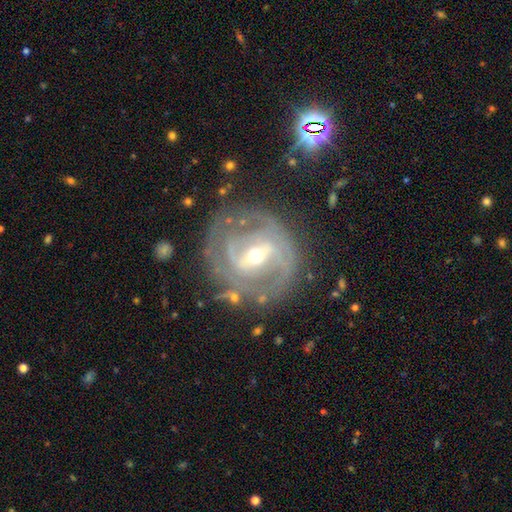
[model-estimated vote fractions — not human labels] This is clearly a featured or disk galaxy (86%). It is clearly not viewed edge-on (96%). Bar: marginally weak (44%). Spiral arm pattern: clearly yes (91%). Spiral arm count: possibly 2 (46%). Spiral winding: possibly tight (57%). Central bulge: possibly moderate (54%). Merging: likely none (74%).